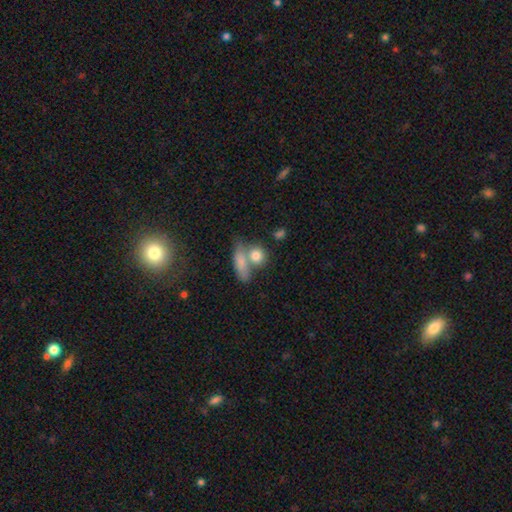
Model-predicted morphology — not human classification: Smooth or featured? smooth (81%)
How rounded? round (57%)
Merging? none (42%, tied with merger)